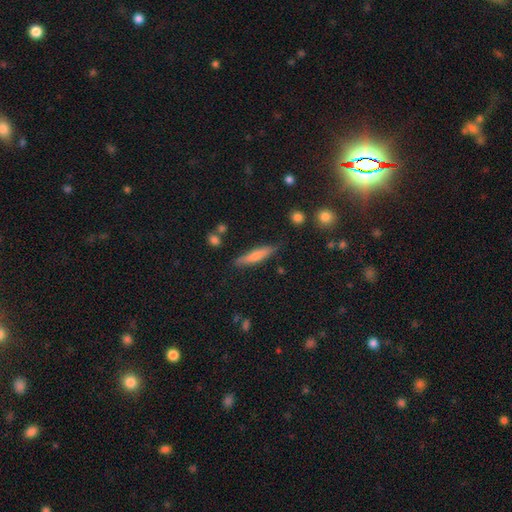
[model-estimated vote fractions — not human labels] smooth-or-featured: smooth: 43% | featured or disk: 41% | star or artifact: 16%
  merging: none: 85% | minor disturbance: 10% | merger: 2% | major disturbance: 2%